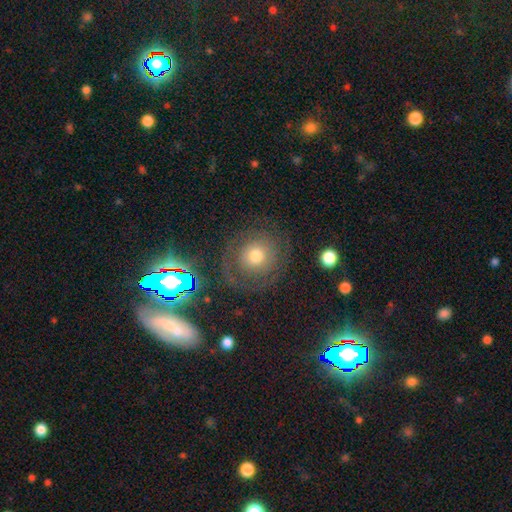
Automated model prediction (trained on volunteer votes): Overall: smooth (48%; featured or disk 37%). Merging: none (74%).